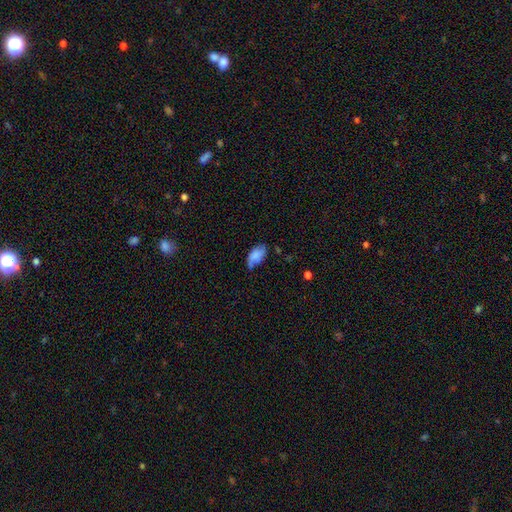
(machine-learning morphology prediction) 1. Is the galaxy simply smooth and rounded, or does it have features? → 68% smooth, 23% featured or disk, 9% star or artifact.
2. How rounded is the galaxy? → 92% in between, 4% round, 4% cigar-shaped.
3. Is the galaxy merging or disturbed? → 53% none, 33% minor disturbance, 11% major disturbance, 4% merger.